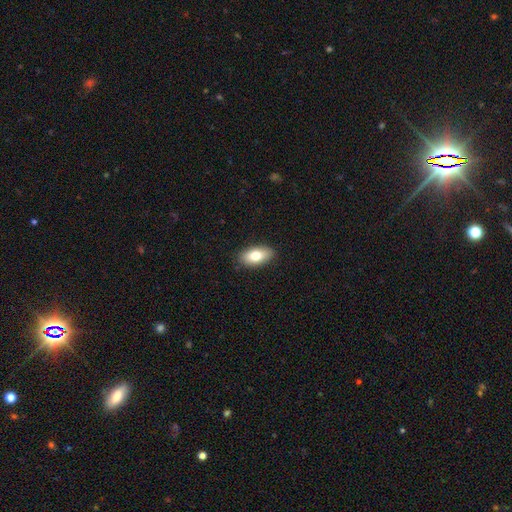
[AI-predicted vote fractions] Smooth or featured?
  - smooth: 77% *
  - featured or disk: 16%
  - star or artifact: 7%
How rounded?
  - in between: 91% *
  - cigar-shaped: 5%
  - round: 4%
Merging?
  - none: 88% *
  - minor disturbance: 9%
  - major disturbance: 2%
  - merger: 1%